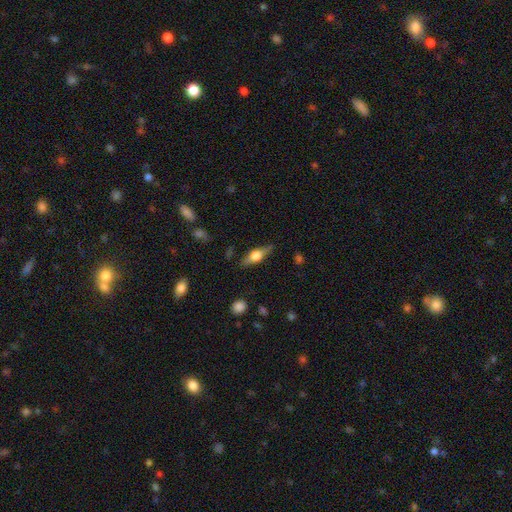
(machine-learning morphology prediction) Smooth or featured? Predicted: featured or disk (p=0.55). Edge-on disk? Predicted: yes (p=0.93). Edge-on bulge? Predicted: rounded (p=0.90). Merging? Predicted: none (p=0.82).